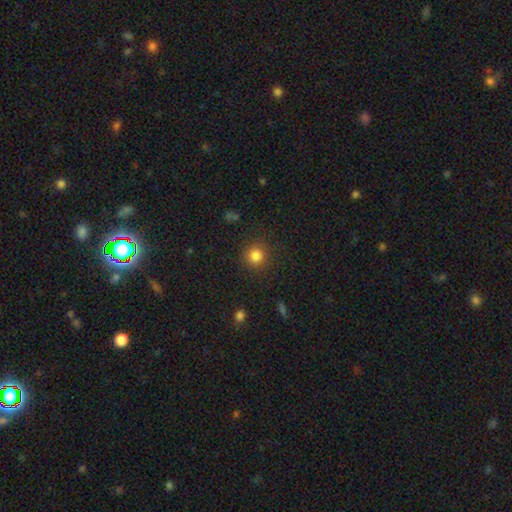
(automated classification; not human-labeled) Smooth or featured? smooth (83%)
How rounded? round (92%)
Merging? none (88%)